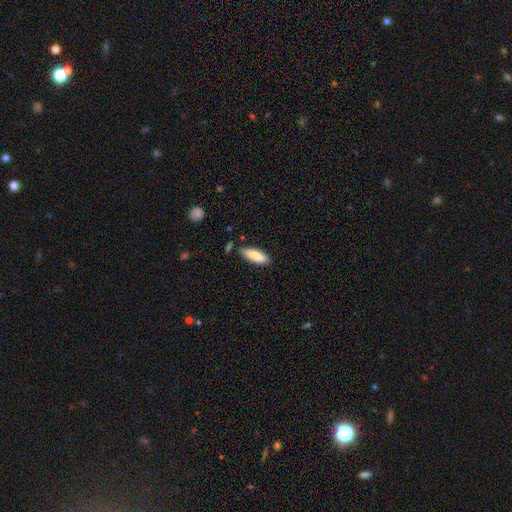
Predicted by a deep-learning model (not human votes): Q: Smooth or featured?
A: smooth (85%); runner-up: featured or disk (9%)
Q: How rounded?
A: in between (65%); runner-up: cigar-shaped (33%)
Q: Merging?
A: none (76%); runner-up: minor disturbance (17%)